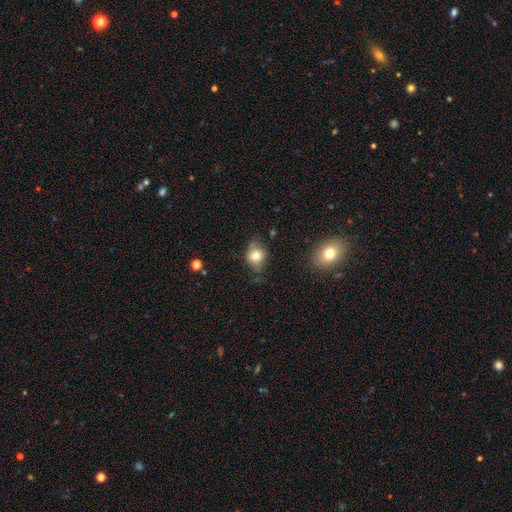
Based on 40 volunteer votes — Smooth or featured?
  - smooth: 78% *
  - featured or disk: 12%
  - star or artifact: 10%
How rounded?
  - in between: 61% *
  - round: 39%
  - cigar-shaped: 0%
Merging?
  - none: 47% *
  - minor disturbance: 44%
  - major disturbance: 8%
  - merger: 0%